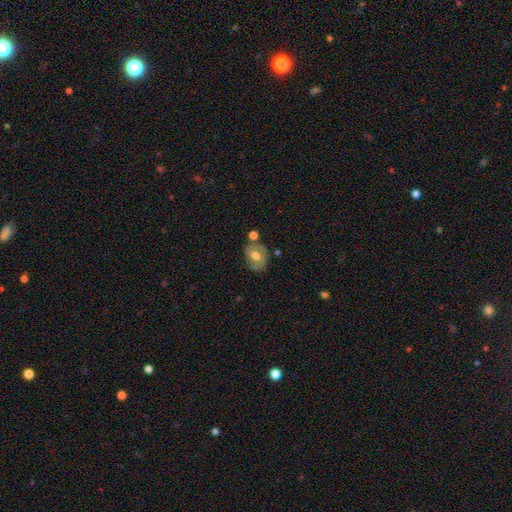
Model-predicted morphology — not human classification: The model was most divided on "smooth or featured" (2-way tie): featured or disk: 46%, smooth: 46%, star or artifact: 8%. More confident: merging — none (59%).